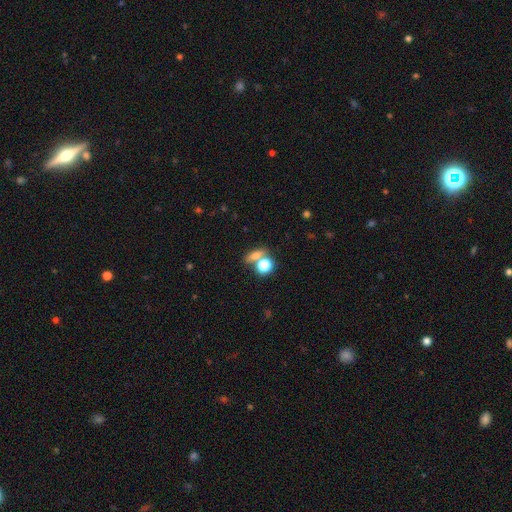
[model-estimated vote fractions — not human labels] A smooth galaxy with no disk features (66%) that is round (42%).

Vote fractions:
- Smooth or featured? smooth: 66% / star or artifact: 18% / featured or disk: 16%
- How rounded? round: 42% / in between: 37% / cigar-shaped: 21%
- Merging? none: 57% / merger: 28% / minor disturbance: 9% / major disturbance: 5%